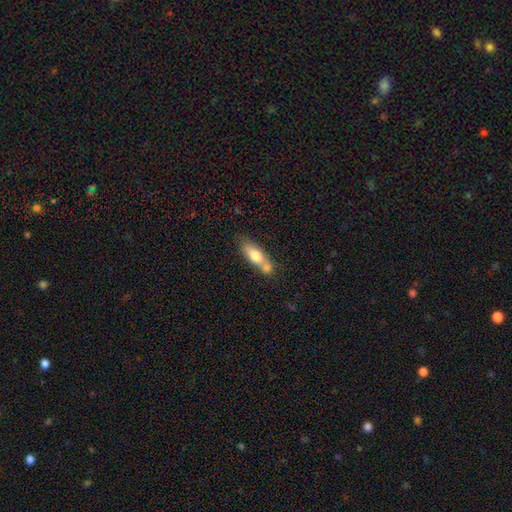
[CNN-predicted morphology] Smooth or featured: smooth — 67% (featured or disk — 26%)
How rounded: in between — 61% (cigar-shaped — 35%)
Merging: none — 42% (merger — 38%)